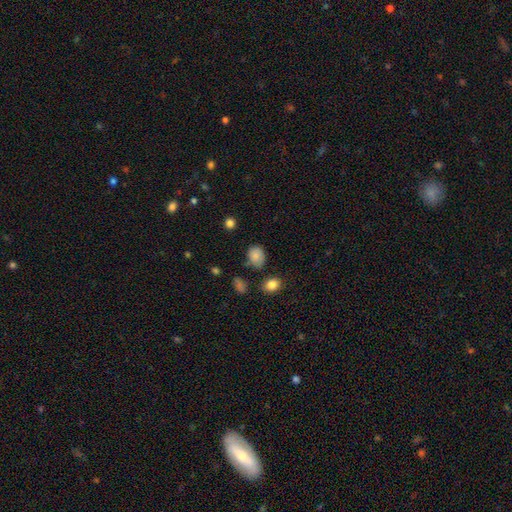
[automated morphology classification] Smooth or featured?
  - smooth: 83% *
  - star or artifact: 10%
  - featured or disk: 8%
How rounded?
  - in between: 58% *
  - round: 40%
  - cigar-shaped: 1%
Merging?
  - none: 65% *
  - minor disturbance: 25%
  - major disturbance: 6%
  - merger: 5%